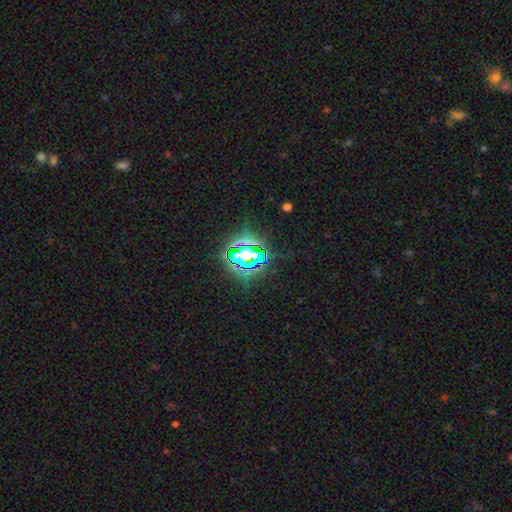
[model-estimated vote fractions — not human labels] smooth_or_featured: star or artifact (p=0.74) [alt: smooth p=0.15]